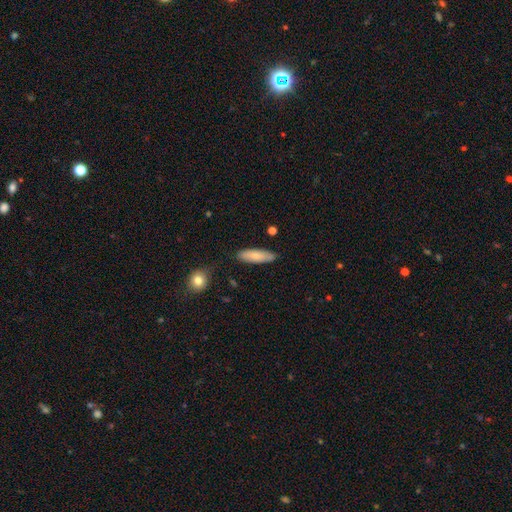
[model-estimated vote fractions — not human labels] smooth 78%, featured or disk 16%, star or artifact 6%. Down the decision tree: how rounded — in between (52%); merging — none (84%).